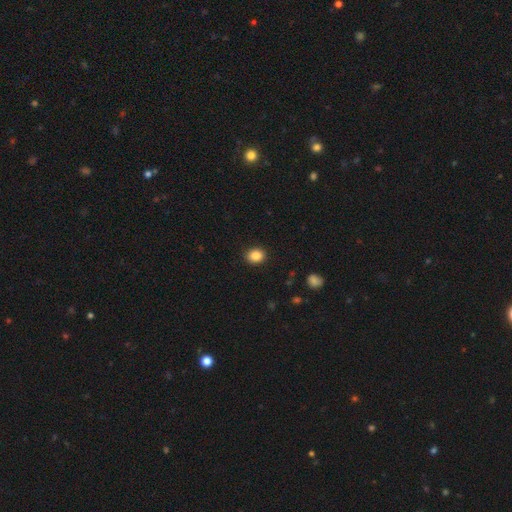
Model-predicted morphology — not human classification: A smooth galaxy with no disk features (87%) that is round (69%).

Vote fractions:
- Smooth or featured? smooth: 87% / star or artifact: 10% / featured or disk: 4%
- How rounded? round: 69% / in between: 30% / cigar-shaped: 1%
- Merging? none: 91% / minor disturbance: 6% / major disturbance: 2% / merger: 1%